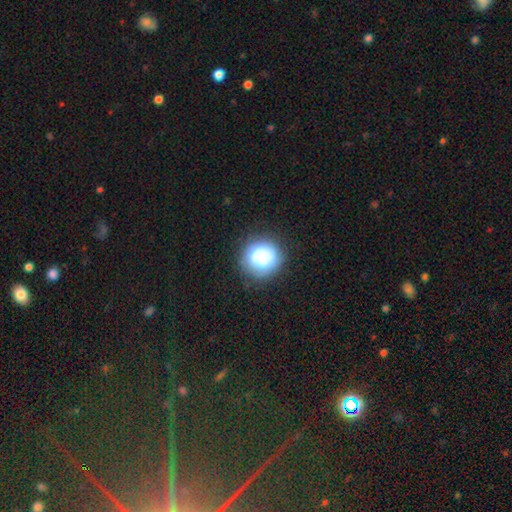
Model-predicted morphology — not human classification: Smooth or featured?
  - smooth: 74% *
  - featured or disk: 16%
  - star or artifact: 9%
How rounded?
  - round: 91% *
  - in between: 8%
  - cigar-shaped: 1%
Merging?
  - none: 77% *
  - minor disturbance: 15%
  - major disturbance: 5%
  - merger: 3%